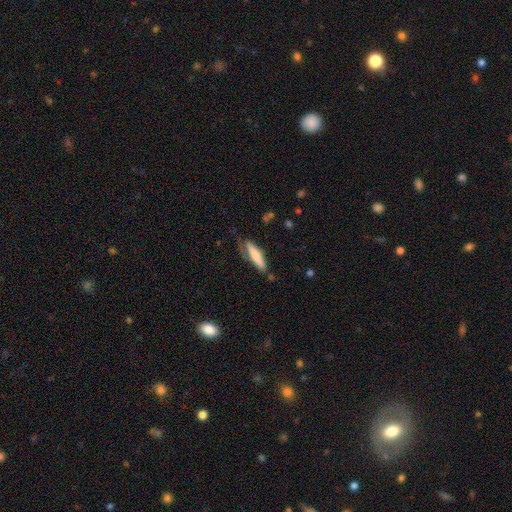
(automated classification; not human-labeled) Smooth or featured? smooth (74%)
How rounded? cigar-shaped (73%)
Merging? none (58%)